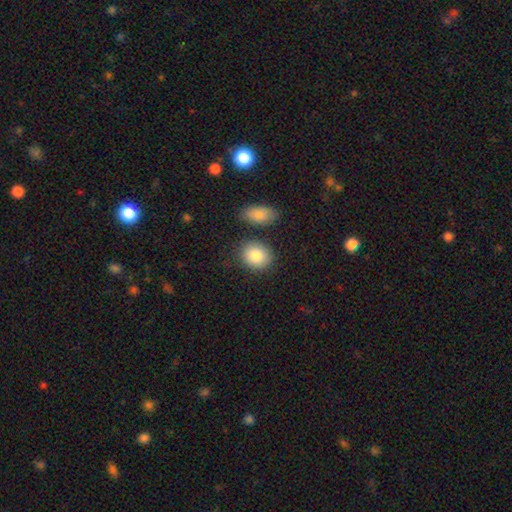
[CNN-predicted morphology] This is clearly a smooth galaxy (86%). How rounded: likely round (62%). Merging: likely none (77%).